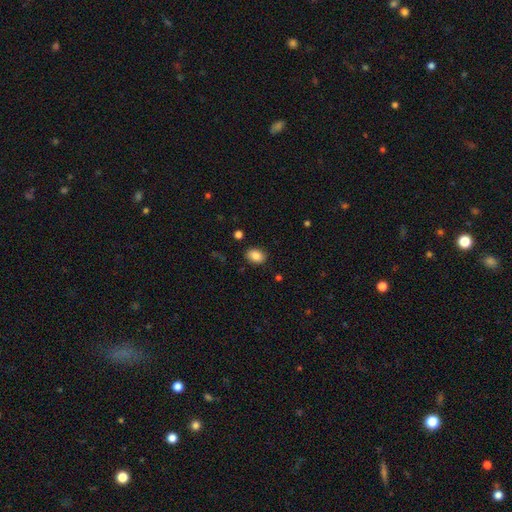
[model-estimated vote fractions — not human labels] smooth_or_featured: smooth (p=0.86) [alt: star or artifact p=0.08]
how_rounded: in between (p=0.77) [alt: round p=0.22]
merging: none (p=0.87) [alt: minor disturbance p=0.09]